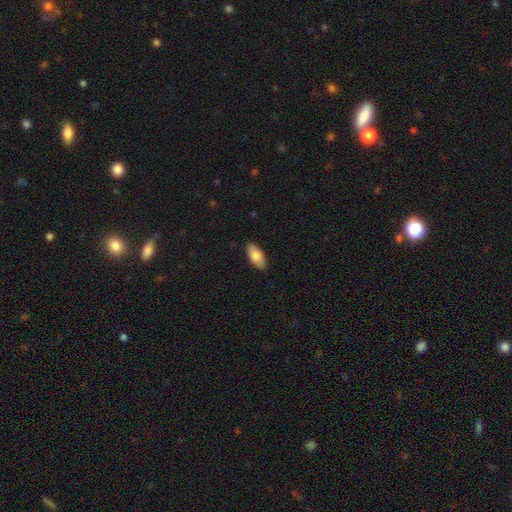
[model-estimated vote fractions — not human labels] A smooth galaxy with no disk features (79%) that is in between round and cigar-shaped (91%).

Vote fractions:
- Smooth or featured? smooth: 79% / featured or disk: 15% / star or artifact: 6%
- How rounded? in between: 91% / cigar-shaped: 7% / round: 2%
- Merging? none: 89% / minor disturbance: 8% / major disturbance: 2% / merger: 1%